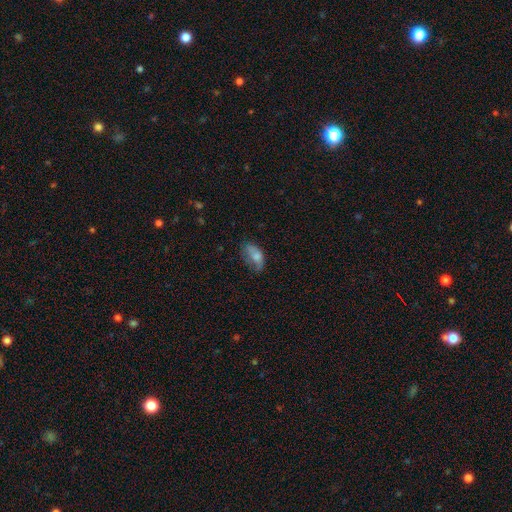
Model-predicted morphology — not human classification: smooth-or-featured: smooth: 73% | featured or disk: 18% | star or artifact: 9%
  how-rounded: in between: 90% | round: 6% | cigar-shaped: 4%
  merging: none: 39% | minor disturbance: 36% | major disturbance: 23% | merger: 3%